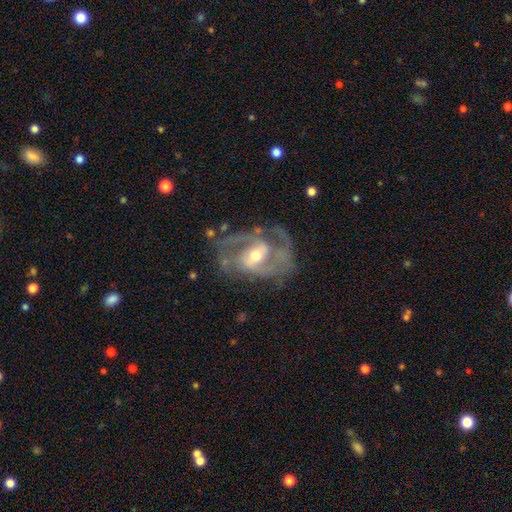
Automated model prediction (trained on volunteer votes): A featured or disk galaxy (89%) with a weak bar (45%), 2 (74%) medium (56%) spiral arms (95%) and a moderate central bulge (62%).

Vote fractions:
- Smooth or featured? featured or disk: 89% / smooth: 6% / star or artifact: 5%
- Edge-on disk? no: 97% / yes: 3%
- Bar? weak: 45% / strong: 28% / no: 27%
- Spiral arms? yes: 95% / no: 5%
- Spiral winding? medium: 56% / tight: 26% / loose: 18%
- Spiral arm count? 2: 74% / 3: 10% / can't tell: 8% / 1: 3% / 4: 2% / more than 4: 2%
- Bulge size? moderate: 62% / small: 32% / large: 4% / none: 1% / dominant: 1%
- Merging? none: 65% / minor disturbance: 19% / major disturbance: 13% / merger: 3%